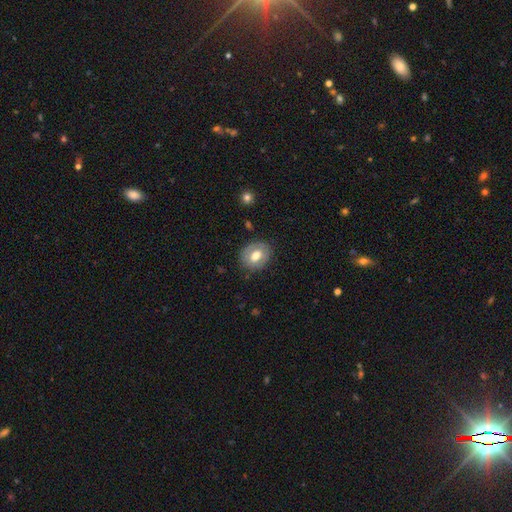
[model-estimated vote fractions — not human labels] Smooth or featured? Predicted: smooth (p=0.61). How rounded? Predicted: in between (p=0.51). Merging? Predicted: none (p=0.81).